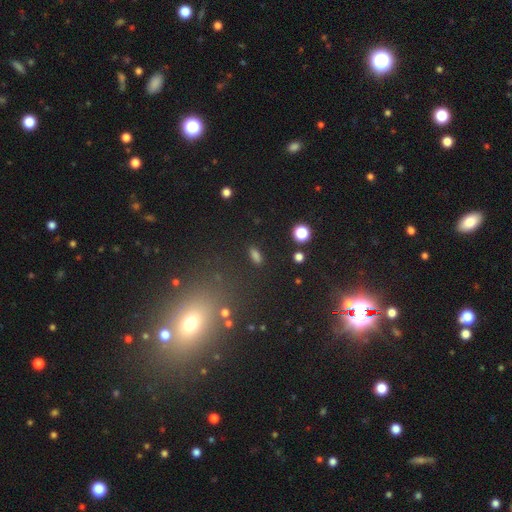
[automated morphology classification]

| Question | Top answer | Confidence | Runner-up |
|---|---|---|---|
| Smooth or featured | smooth | 73% | star or artifact (19%) |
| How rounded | in between | 75% | cigar-shaped (15%) |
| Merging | none | 85% | minor disturbance (9%) |